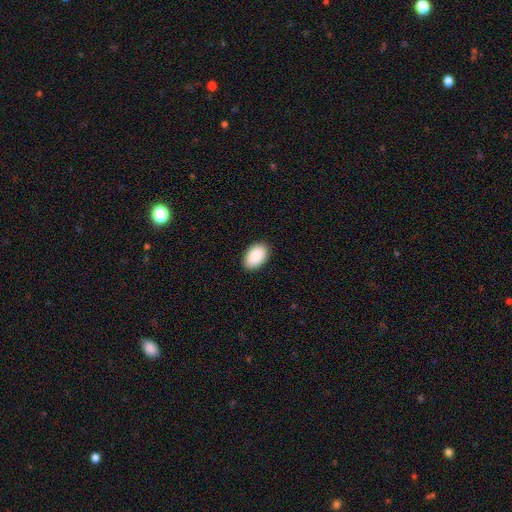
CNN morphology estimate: smooth 91%, star or artifact 6%, featured or disk 3%. Down the decision tree: how rounded — in between (93%); merging — none (89%).